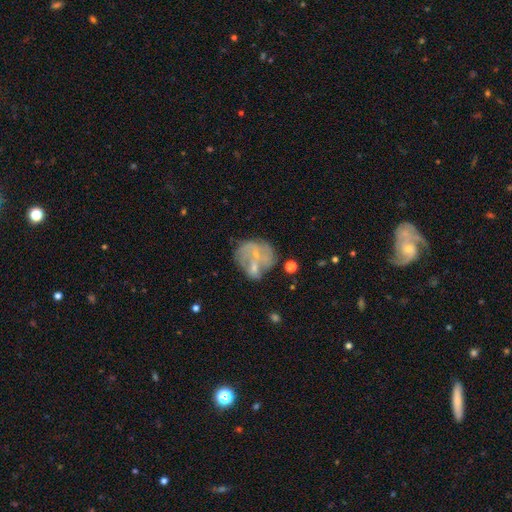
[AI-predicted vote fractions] A featured or disk galaxy (60%) with no bar (65%), spiral arms (58%) and a small central bulge (72%). Merging: none (37%).